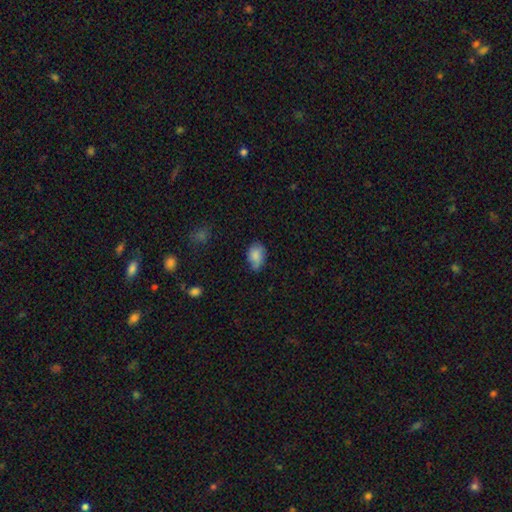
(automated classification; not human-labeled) Smooth or featured? Predicted: smooth (p=0.82). How rounded? Predicted: in between (p=0.81). Merging? Predicted: none (p=0.56).